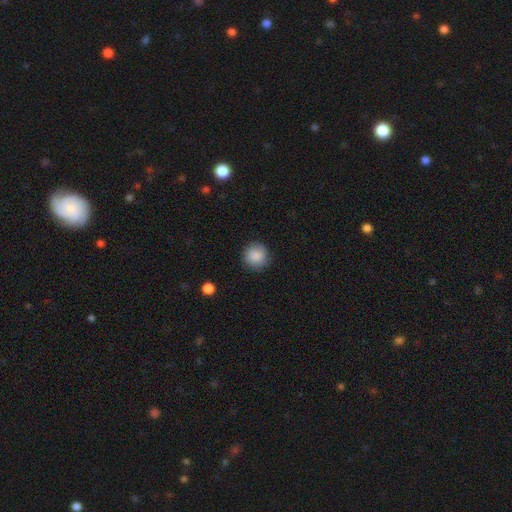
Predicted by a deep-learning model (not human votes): The model was most divided on "merging": none: 87%, minor disturbance: 9%, major disturbance: 3%, merger: 1%. More confident: how rounded — round (93%); smooth or featured — smooth (88%).